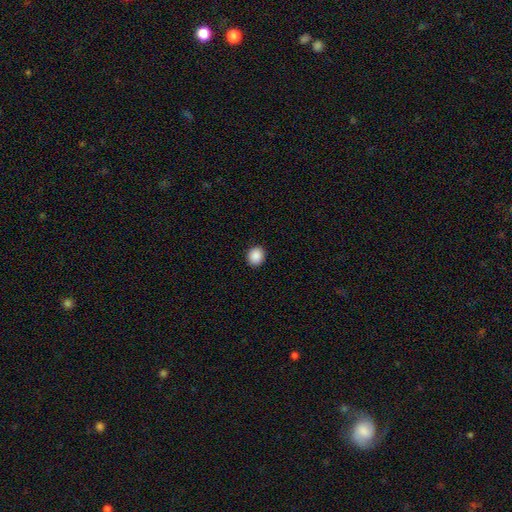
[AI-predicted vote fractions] Overall: smooth (89%). How rounded: round (72%). Merging: none (91%).